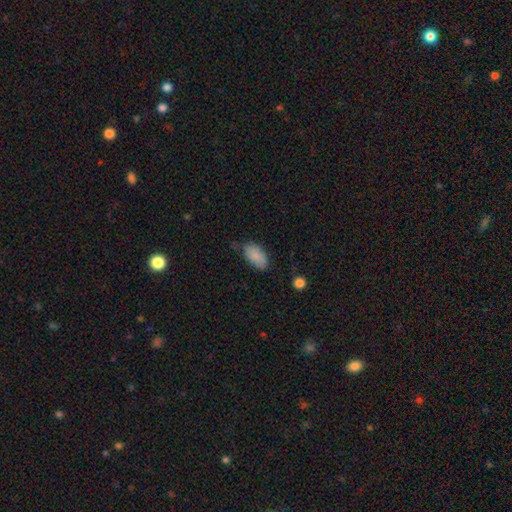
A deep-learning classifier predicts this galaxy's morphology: smooth-or-featured: smooth: 86% | star or artifact: 7% | featured or disk: 7%
  how-rounded: in between: 94% | round: 4% | cigar-shaped: 3%
  merging: none: 59% | minor disturbance: 31% | major disturbance: 7% | merger: 3%